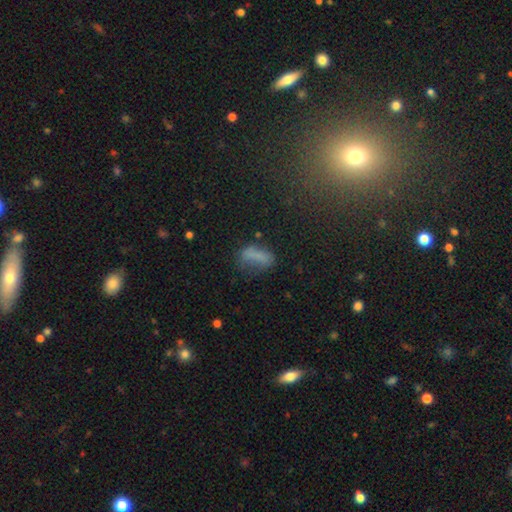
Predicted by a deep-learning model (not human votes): smooth-or-featured: smooth: 67% | star or artifact: 17% | featured or disk: 16%
  how-rounded: in between: 71% | cigar-shaped: 22% | round: 7%
  merging: none: 43% | minor disturbance: 28% | major disturbance: 22% | merger: 7%